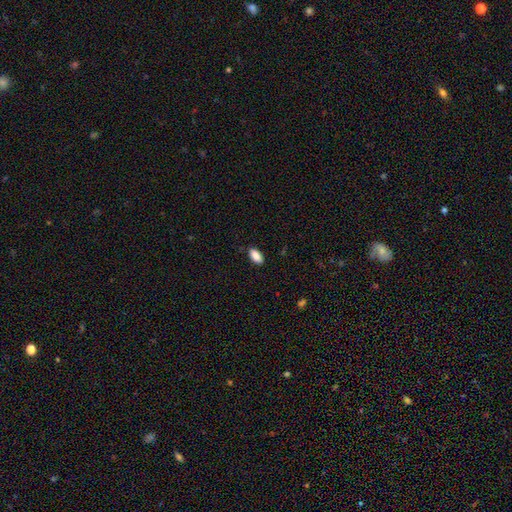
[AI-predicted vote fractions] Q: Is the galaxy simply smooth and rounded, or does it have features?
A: smooth — 89%.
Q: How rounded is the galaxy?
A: in between — 90%.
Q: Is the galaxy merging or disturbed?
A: none — 88%.